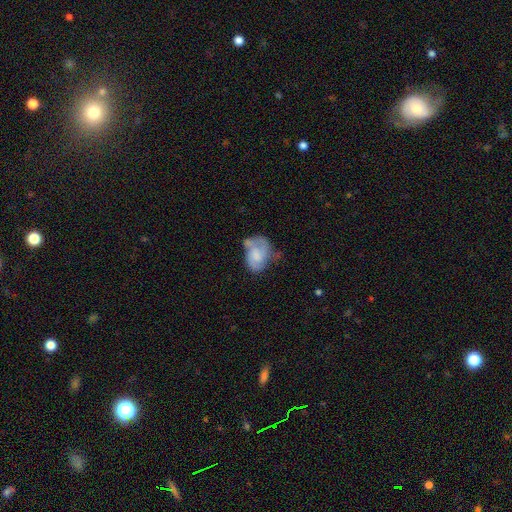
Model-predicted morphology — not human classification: A featured or disk galaxy (54%) with no bar (64%), spiral arms (74%) and no central bulge (32%). Merging: none (33%).